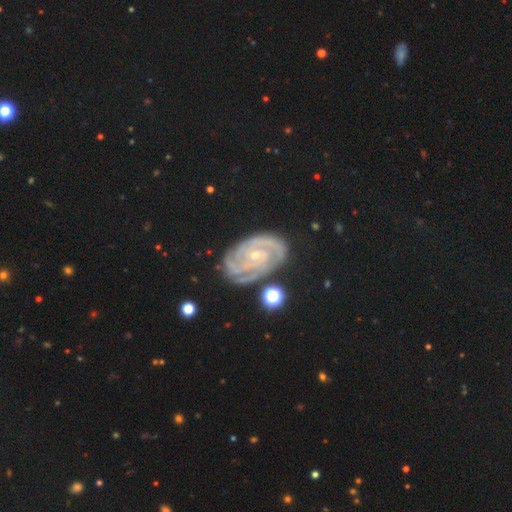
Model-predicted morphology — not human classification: smooth_or_featured: featured or disk (p=0.89) [alt: star or artifact p=0.06]
disk_edge_on: no (p=0.97) [alt: yes p=0.03]
bar: no (p=0.59) [alt: weak p=0.30]
has_spiral_arms: yes (p=0.98) [alt: no p=0.02]
spiral_winding: tight (p=0.73) [alt: medium p=0.24]
spiral_arm_count: 3 (p=0.30) [alt: 2 p=0.24]
bulge_size: small (p=0.78) [alt: moderate p=0.18]
merging: none (p=0.75) [alt: minor disturbance p=0.16]